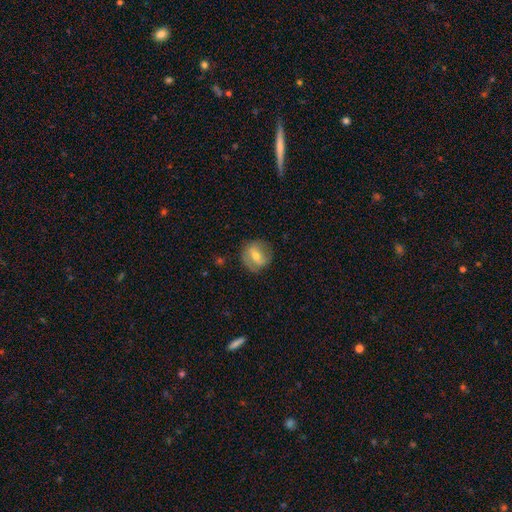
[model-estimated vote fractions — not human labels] Smooth or featured: featured or disk — 47% (smooth — 45%)
Merging: none — 76% (minor disturbance — 16%)